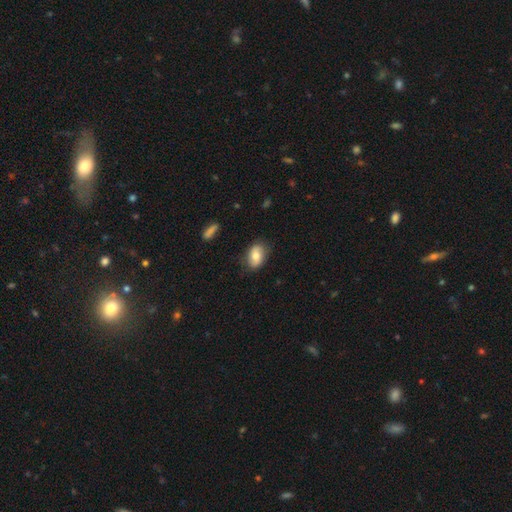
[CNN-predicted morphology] A smooth galaxy with no disk features (73%) that is in between round and cigar-shaped (87%). Merging: none (77%).